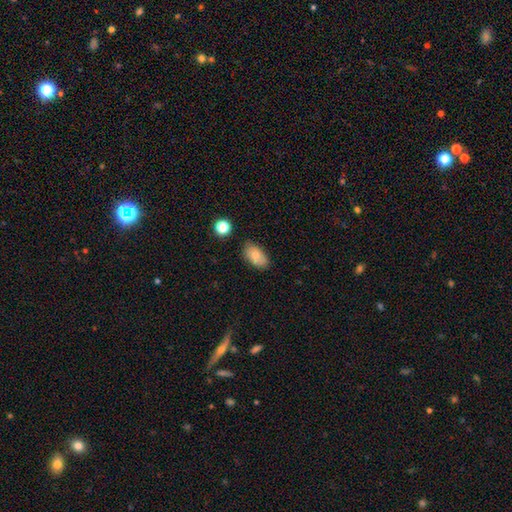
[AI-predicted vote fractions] Smooth or featured?
  - smooth: 78% *
  - featured or disk: 13%
  - star or artifact: 8%
How rounded?
  - in between: 93% *
  - round: 5%
  - cigar-shaped: 2%
Merging?
  - none: 78% *
  - minor disturbance: 17%
  - major disturbance: 3%
  - merger: 2%